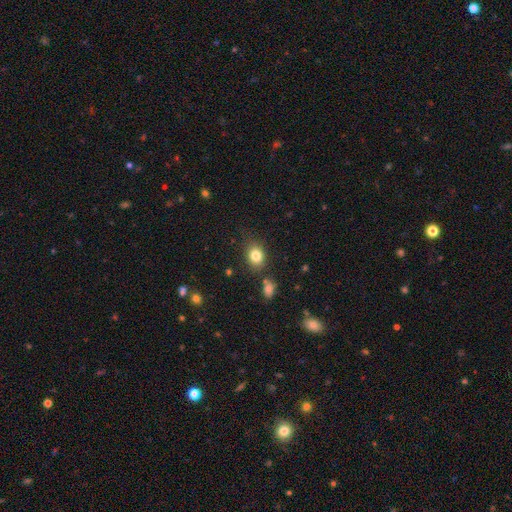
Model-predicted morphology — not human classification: This is clearly a smooth galaxy (82%). How rounded: possibly in between (57%). Merging: likely none (76%).